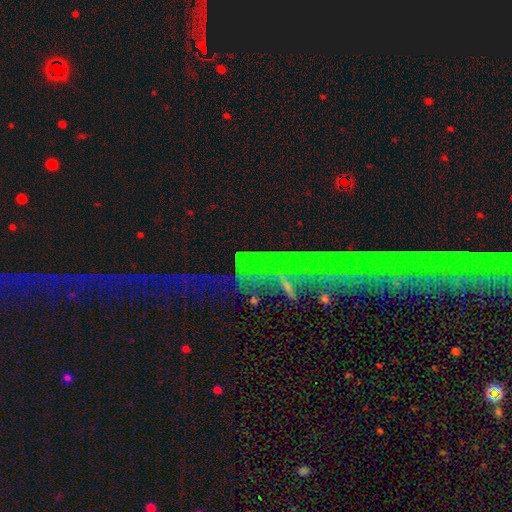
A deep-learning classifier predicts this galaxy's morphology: type=star or artifact (73%).